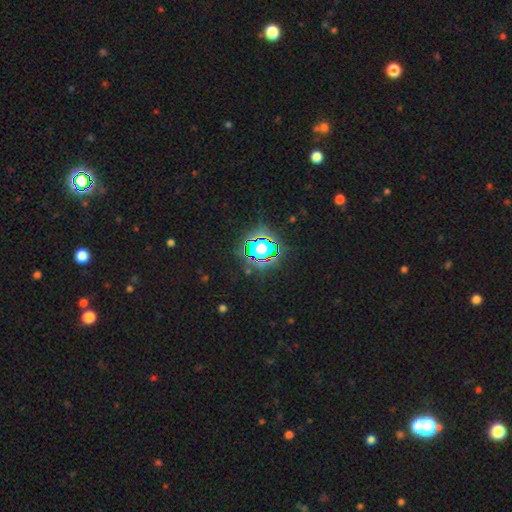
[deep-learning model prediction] This appears to be a star or artifact, not a galaxy (81%).